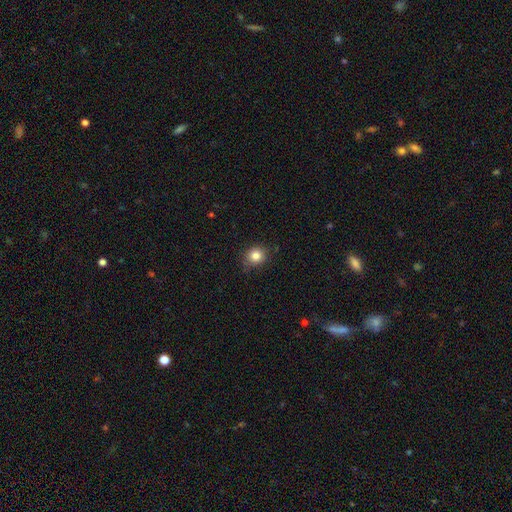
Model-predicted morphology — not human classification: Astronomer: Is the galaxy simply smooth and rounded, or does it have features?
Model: smooth — 82%.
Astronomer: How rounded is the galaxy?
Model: round — 84%.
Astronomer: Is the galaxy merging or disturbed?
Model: none — 80%.